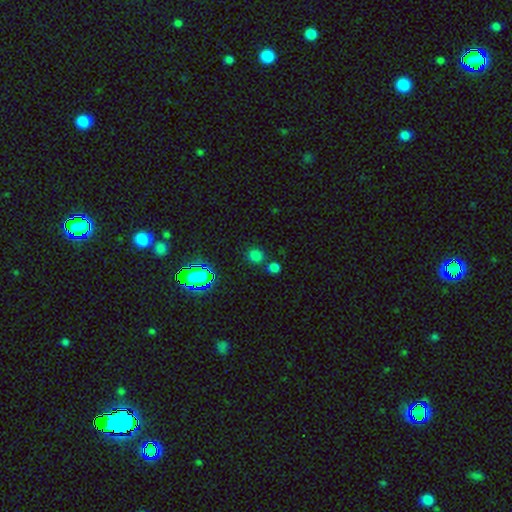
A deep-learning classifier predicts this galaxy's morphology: Smooth or featured? smooth (71%)
How rounded? round (79%)
Merging? none (73%)